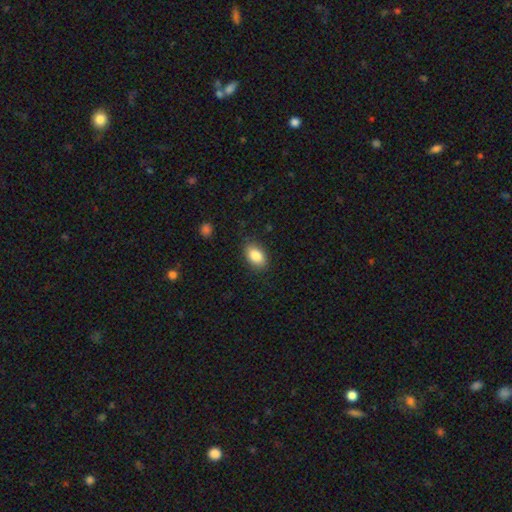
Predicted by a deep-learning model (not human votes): smooth_or_featured: smooth (p=0.85) [alt: star or artifact p=0.08]
how_rounded: in between (p=0.89) [alt: round p=0.09]
merging: none (p=0.84) [alt: minor disturbance p=0.12]